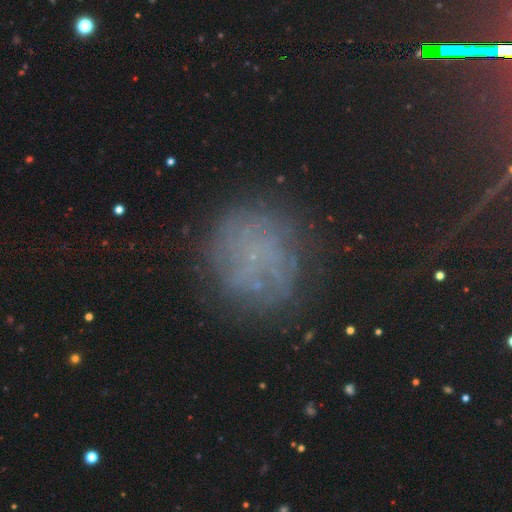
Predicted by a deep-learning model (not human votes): Smooth or featured? featured or disk (37%)
Merging? none (76%)